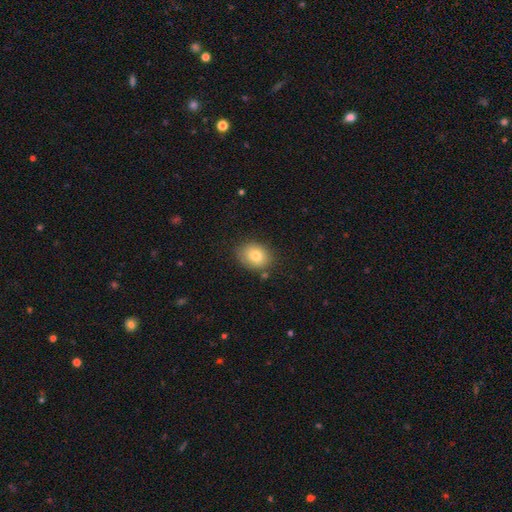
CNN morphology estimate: Overall: smooth (79%). How rounded: in between (50%; round 49%). Merging: none (81%).